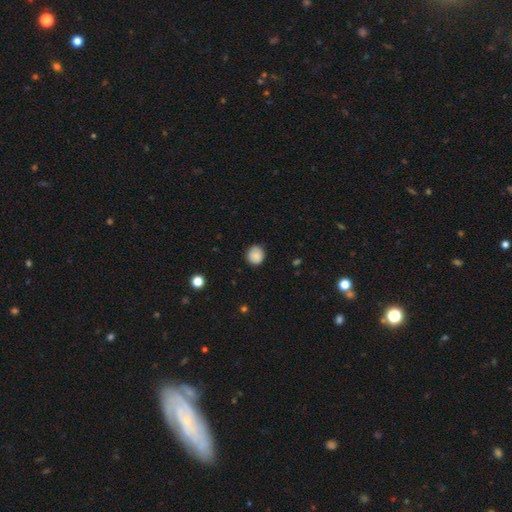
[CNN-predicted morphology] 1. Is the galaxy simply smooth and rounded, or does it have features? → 86% smooth, 9% star or artifact, 5% featured or disk.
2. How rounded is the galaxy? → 88% round, 11% in between, 1% cigar-shaped.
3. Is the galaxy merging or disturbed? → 84% none, 12% minor disturbance, 2% major disturbance, 1% merger.